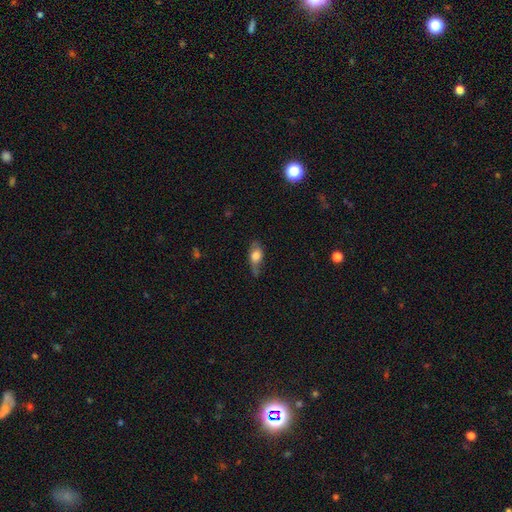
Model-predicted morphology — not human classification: smooth_or_featured: smooth (p=0.64) [alt: featured or disk p=0.28]
how_rounded: in between (p=0.76) [alt: cigar-shaped p=0.14]
merging: none (p=0.51) [alt: minor disturbance p=0.34]